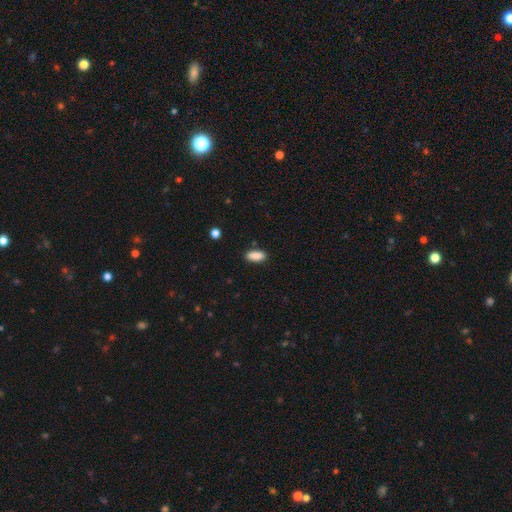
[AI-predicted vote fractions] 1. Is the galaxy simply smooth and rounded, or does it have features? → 89% smooth, 7% star or artifact, 4% featured or disk.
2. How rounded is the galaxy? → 84% in between, 14% cigar-shaped, 2% round.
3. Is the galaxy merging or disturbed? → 87% none, 9% minor disturbance, 2% major disturbance, 2% merger.